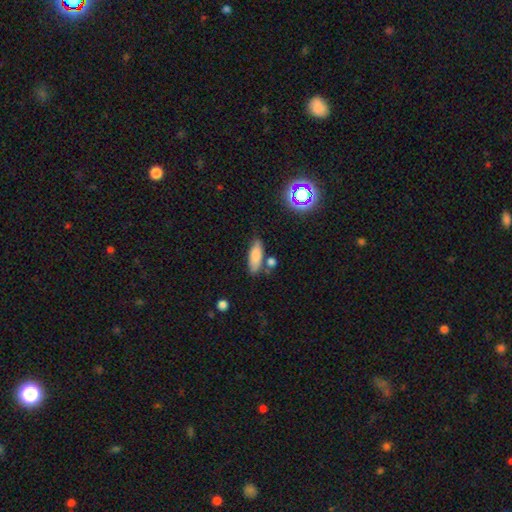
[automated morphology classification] smooth_or_featured: smooth (p=0.80) [alt: featured or disk p=0.11]
how_rounded: in between (p=0.63) [alt: cigar-shaped p=0.34]
merging: none (p=0.70) [alt: minor disturbance p=0.17]